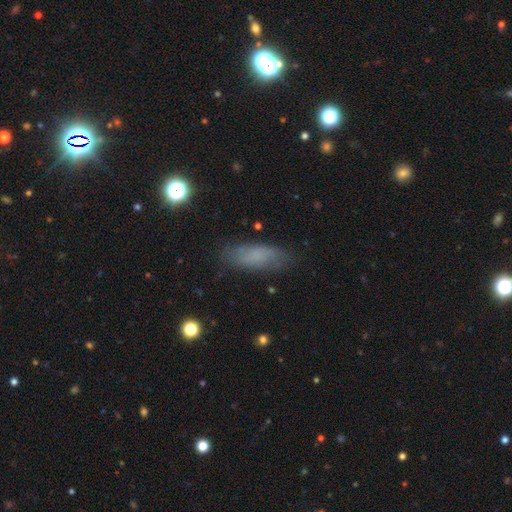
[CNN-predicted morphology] Q: Smooth or featured?
A: smooth (72%); runner-up: featured or disk (17%)
Q: How rounded?
A: in between (63%); runner-up: cigar-shaped (34%)
Q: Merging?
A: none (79%); runner-up: minor disturbance (15%)